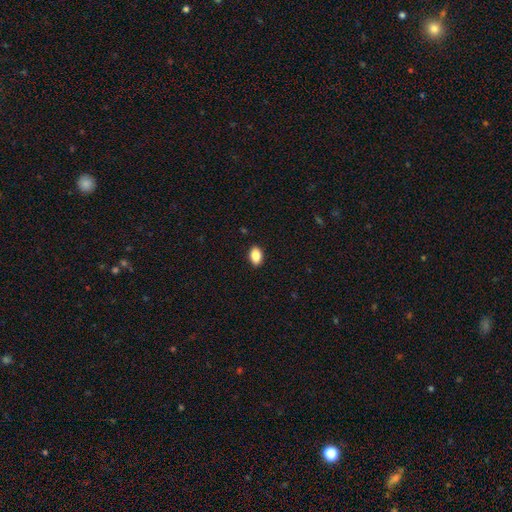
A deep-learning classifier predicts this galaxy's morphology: This appears to be a smooth galaxy with no disk features (87%) that is in between round and cigar-shaped (88%). Merging: none (89%).